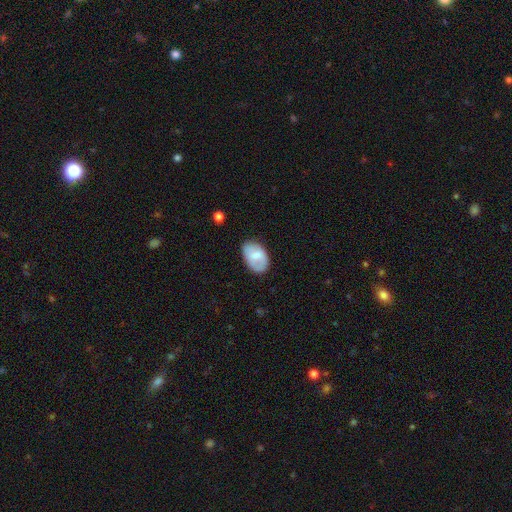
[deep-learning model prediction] The model was most divided on "smooth or featured": smooth: 67%, featured or disk: 27%, star or artifact: 6%. More confident: how rounded — in between (90%); merging — none (72%).